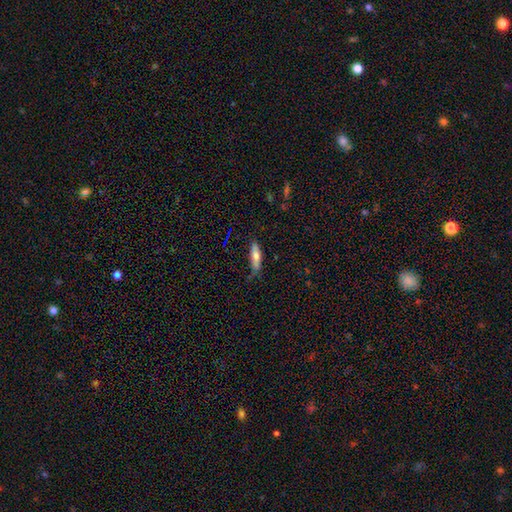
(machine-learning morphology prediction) A smooth galaxy with no disk features (70%) that is cigar-shaped (61%). Merging: none (68%).